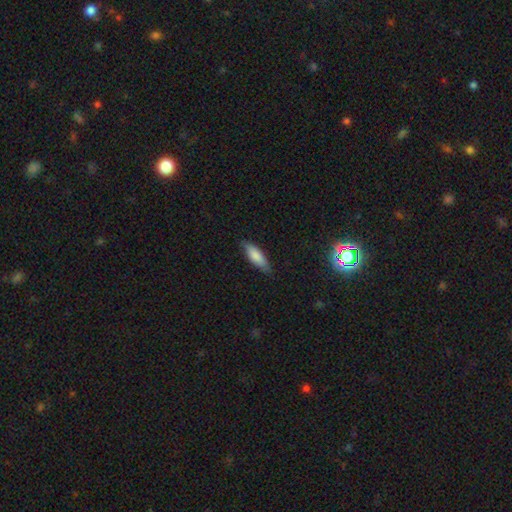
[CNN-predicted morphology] This appears to be a smooth galaxy with no disk features (81%) that is in between round and cigar-shaped (58%). Merging: none (81%).